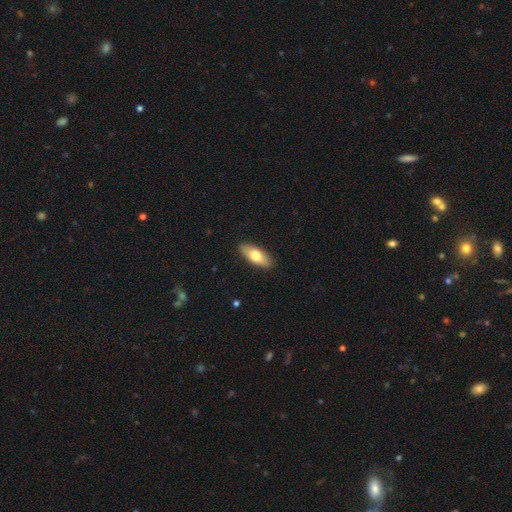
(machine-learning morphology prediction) A smooth galaxy with no disk features (72%) that is in between round and cigar-shaped (80%).

Vote fractions:
- Smooth or featured? smooth: 72% / featured or disk: 22% / star or artifact: 6%
- How rounded? in between: 80% / cigar-shaped: 18% / round: 2%
- Merging? none: 89% / minor disturbance: 8% / major disturbance: 2% / merger: 1%